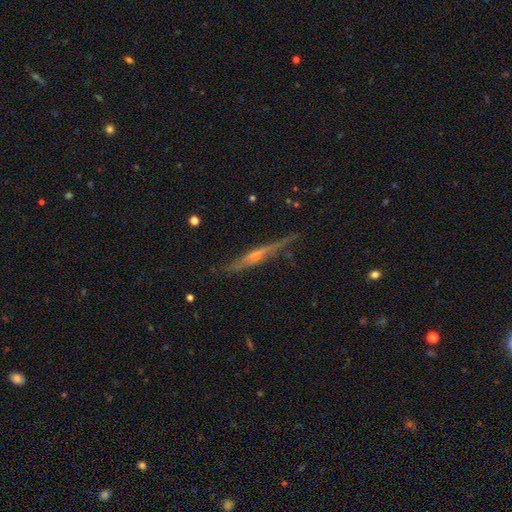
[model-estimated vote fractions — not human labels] A featured or disk galaxy (79%) viewed edge-on (96%) with a rounded central bulge (81%). Merging: none (82%).